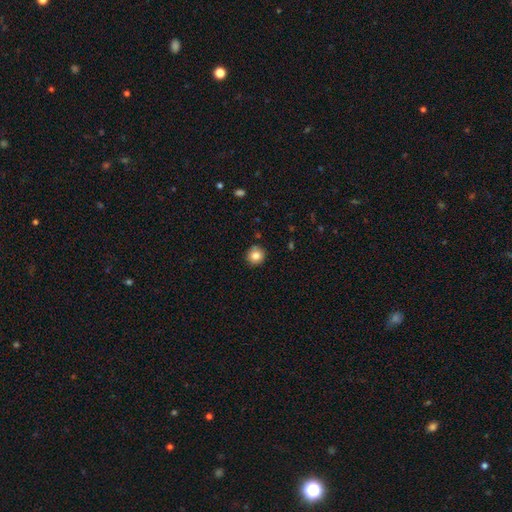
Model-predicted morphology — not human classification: smooth 83%, star or artifact 10%, featured or disk 7%. Down the decision tree: how rounded — round (92%); merging — none (88%).